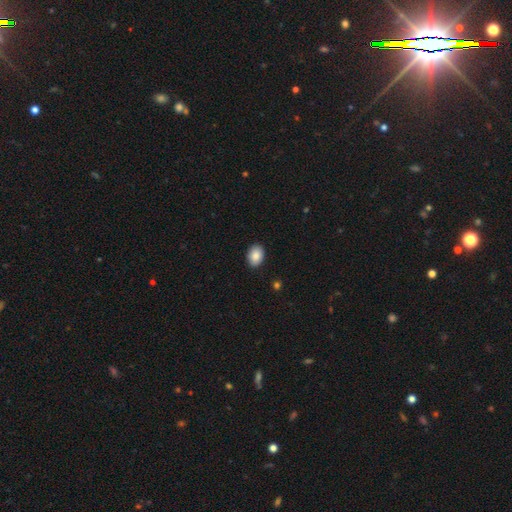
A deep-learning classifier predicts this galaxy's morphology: Smooth or featured? Predicted: smooth (p=0.88). How rounded? Predicted: in between (p=0.78). Merging? Predicted: none (p=0.88).